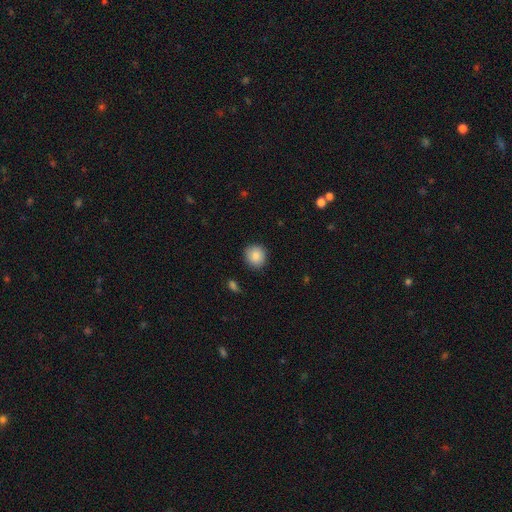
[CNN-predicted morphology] The model was most divided on "how rounded": round: 87%, in between: 12%, cigar-shaped: 1%. More confident: merging — none (87%); smooth or featured — smooth (86%).